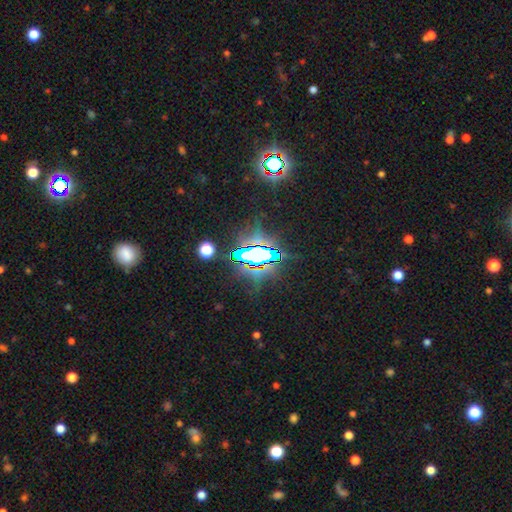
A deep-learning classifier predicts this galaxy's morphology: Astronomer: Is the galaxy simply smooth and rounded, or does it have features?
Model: star or artifact — 71%.